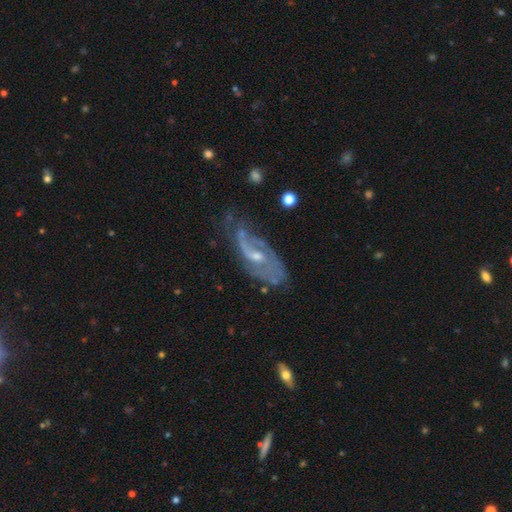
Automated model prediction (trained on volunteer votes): This is clearly a featured or disk galaxy (81%). It is clearly not viewed edge-on (92%). Bar: possibly no (46%). Spiral arm pattern: clearly yes (88%). Spiral arm count: possibly 2 (54%). Spiral winding: marginally medium (41%). Central bulge: possibly small (50%). Merging: possibly none (50%).